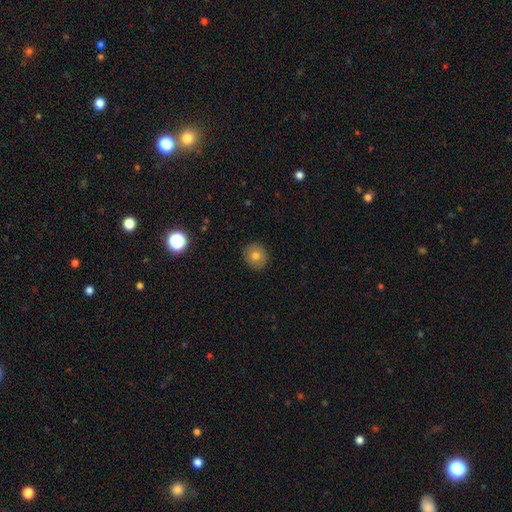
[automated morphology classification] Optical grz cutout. It shows a smooth galaxy with no disk features (75%) that is round (83%). Merging: none (90%).